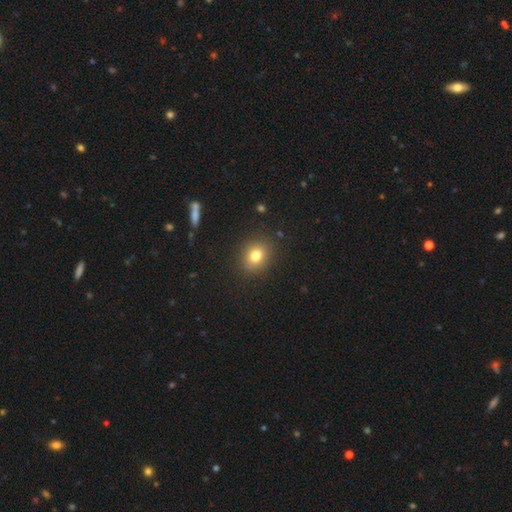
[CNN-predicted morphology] smooth_or_featured: smooth (p=0.79) [alt: star or artifact p=0.12]
how_rounded: round (p=0.69) [alt: in between p=0.30]
merging: none (p=0.87) [alt: minor disturbance p=0.09]